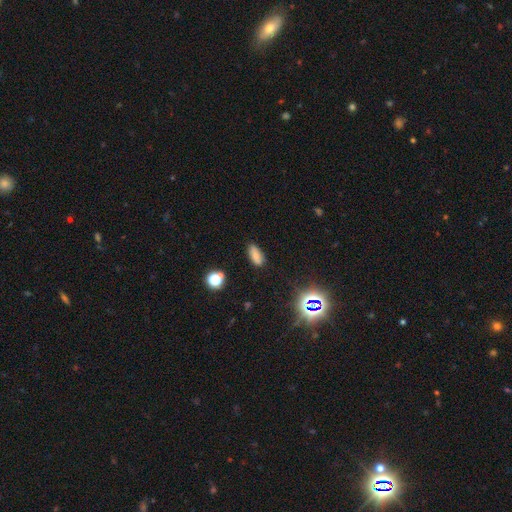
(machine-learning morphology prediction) smooth-or-featured: smooth: 74% | star or artifact: 16% | featured or disk: 10%
  how-rounded: in between: 84% | cigar-shaped: 12% | round: 4%
  merging: none: 80% | minor disturbance: 15% | major disturbance: 3% | merger: 2%